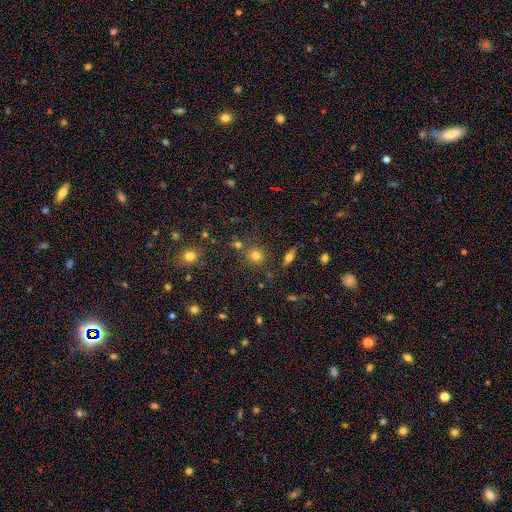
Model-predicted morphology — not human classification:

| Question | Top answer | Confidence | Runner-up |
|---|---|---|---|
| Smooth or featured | smooth | 74% | star or artifact (17%) |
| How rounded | round | 89% | in between (9%) |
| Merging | none | 80% | minor disturbance (9%) |